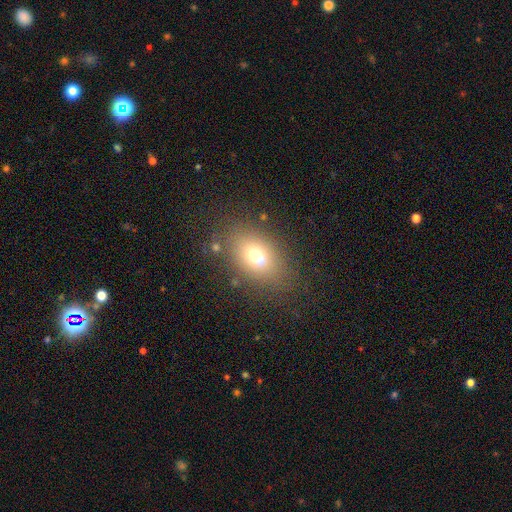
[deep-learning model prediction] smooth 69%, featured or disk 17%, star or artifact 14%. Down the decision tree: how rounded — in between (79%); merging — none (77%).